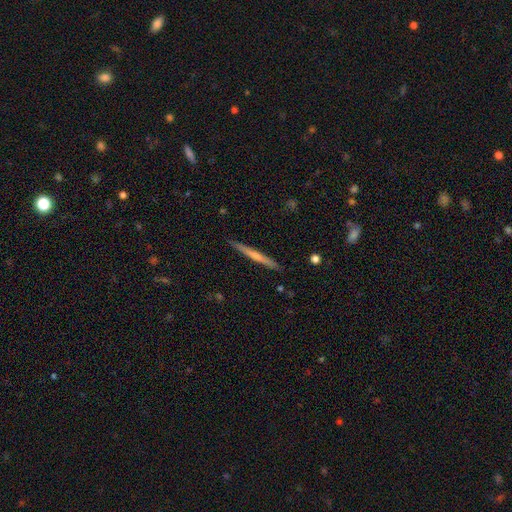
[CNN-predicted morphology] The model was most divided on "smooth or featured": featured or disk: 48%, smooth: 46%, star or artifact: 6%. More confident: merging — none (89%).